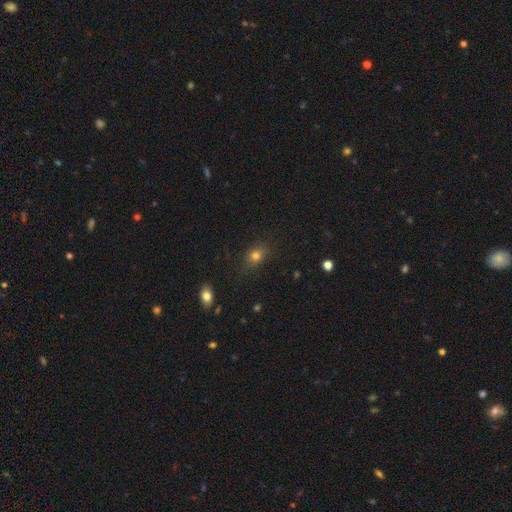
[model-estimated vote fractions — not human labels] Smooth or featured?
  - smooth: 77% *
  - star or artifact: 14%
  - featured or disk: 9%
How rounded?
  - in between: 53% *
  - round: 45%
  - cigar-shaped: 2%
Merging?
  - none: 80% *
  - minor disturbance: 14%
  - major disturbance: 4%
  - merger: 2%